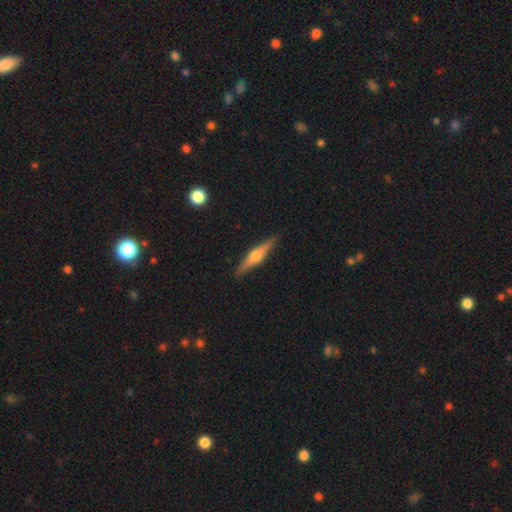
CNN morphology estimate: featured or disk 69%, smooth 25%, star or artifact 6%. Down the decision tree: edge-on disk — yes (97%); edge-on bulge — rounded (89%); merging — none (89%).